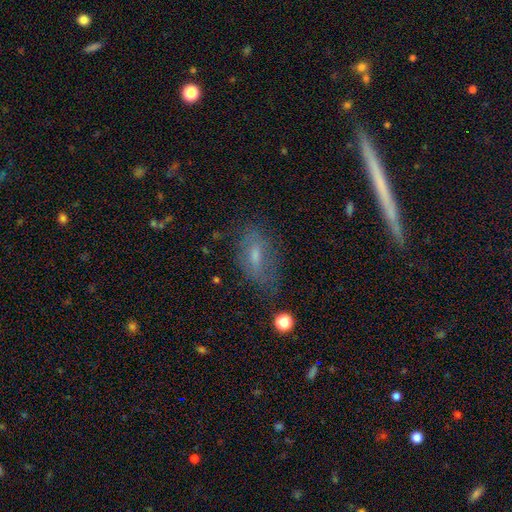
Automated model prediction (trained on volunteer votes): Overall: smooth (49%; featured or disk 38%). Merging: none (68%).